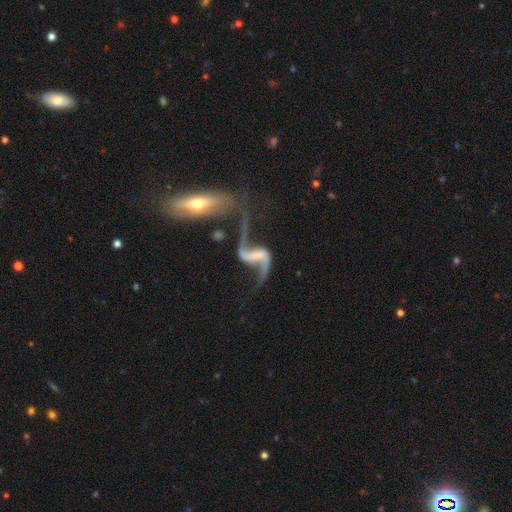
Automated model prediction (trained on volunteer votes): Smooth or featured? Predicted: featured or disk (p=0.92). Edge-on disk? Predicted: no (p=0.97). Bar? Predicted: strong (p=0.50). Spiral arms? Predicted: yes (p=0.96). Spiral winding? Predicted: loose (p=0.89). Spiral arm count? Predicted: 2 (p=0.94). Bulge size? Predicted: none (p=0.59). Merging? Predicted: none (p=0.52).